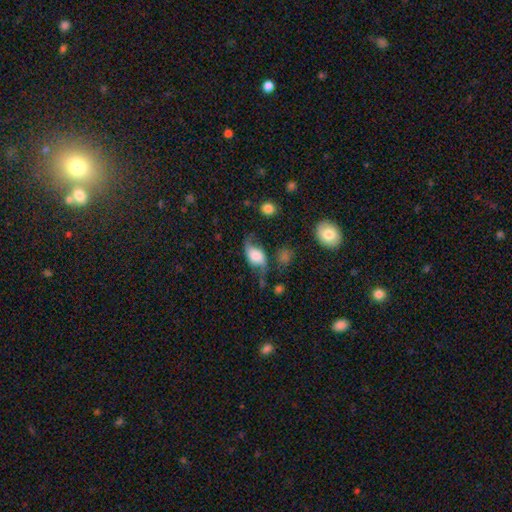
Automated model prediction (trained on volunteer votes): This is possibly a featured or disk galaxy (49%). Merging: possibly none (47%).